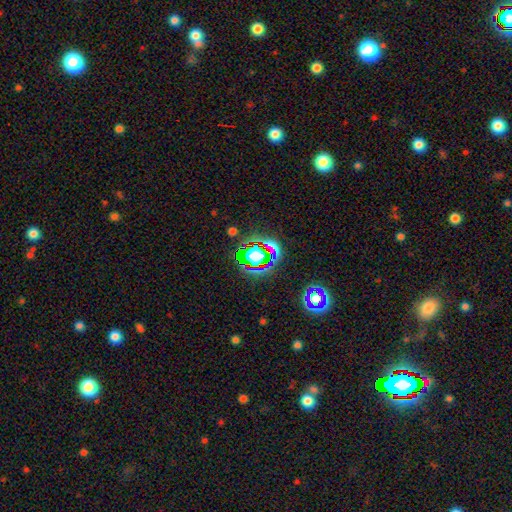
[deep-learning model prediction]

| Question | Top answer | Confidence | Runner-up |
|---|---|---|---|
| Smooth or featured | star or artifact | 55% | smooth (29%) |